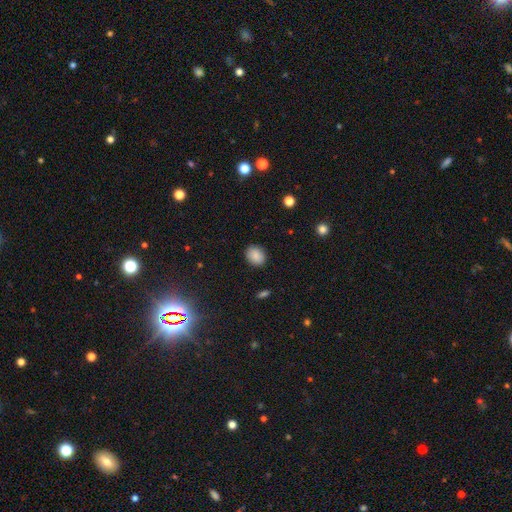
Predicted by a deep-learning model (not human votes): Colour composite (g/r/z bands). It shows a smooth galaxy with no disk features (87%) that is in between round and cigar-shaped (51%). Merging: none (89%).